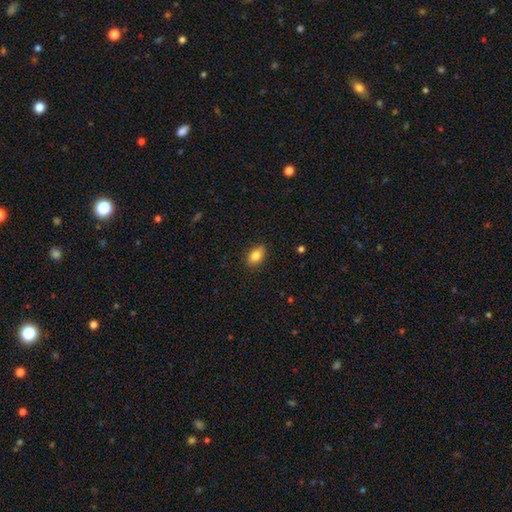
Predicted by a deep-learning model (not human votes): Q: Smooth or featured?
A: smooth (83%); runner-up: featured or disk (9%)
Q: How rounded?
A: in between (82%); runner-up: round (15%)
Q: Merging?
A: none (84%); runner-up: minor disturbance (13%)